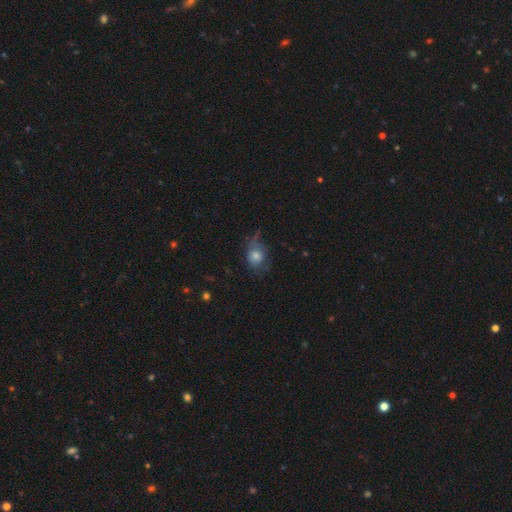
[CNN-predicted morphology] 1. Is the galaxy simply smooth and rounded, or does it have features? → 64% smooth, 23% featured or disk, 13% star or artifact.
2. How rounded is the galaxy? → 54% round, 45% in between, 1% cigar-shaped.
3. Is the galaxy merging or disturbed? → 48% none, 30% minor disturbance, 20% major disturbance, 2% merger.